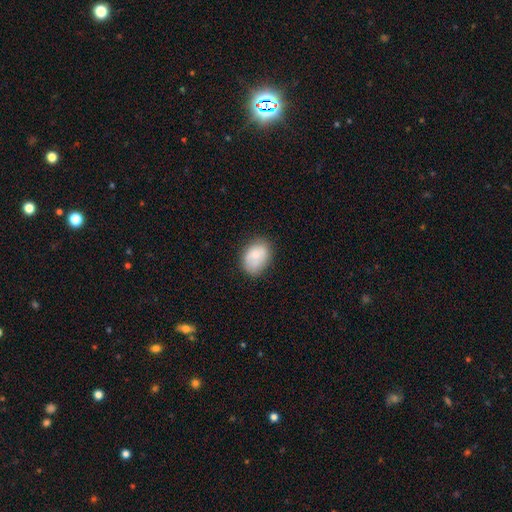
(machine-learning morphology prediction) This is likely a smooth galaxy (77%). How rounded: likely in between (70%). Merging: likely none (74%).